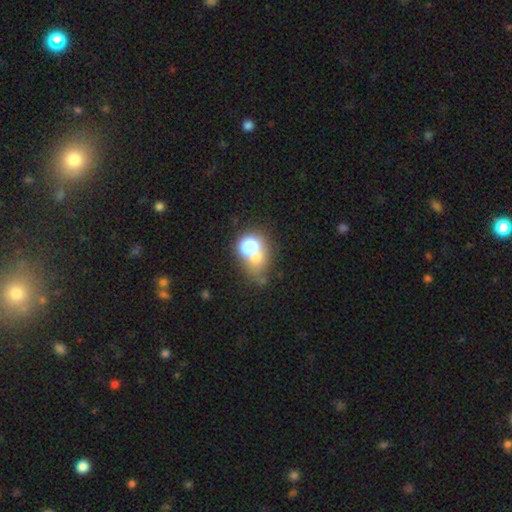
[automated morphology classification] A smooth galaxy with no disk features (60%) that is round (58%). Merging: merger (42%).